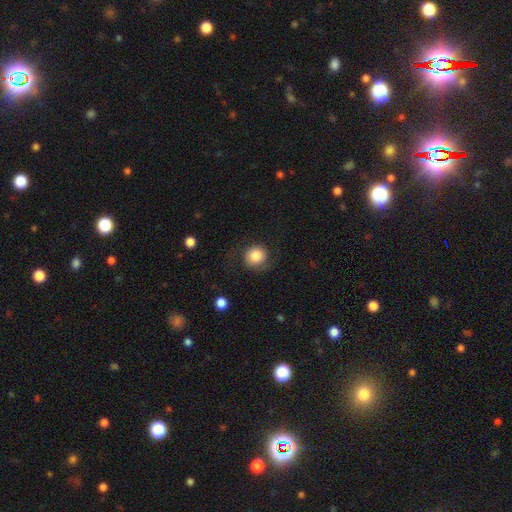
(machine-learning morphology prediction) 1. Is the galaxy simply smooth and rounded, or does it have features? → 80% smooth, 12% featured or disk, 8% star or artifact.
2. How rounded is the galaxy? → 84% round, 15% in between, 1% cigar-shaped.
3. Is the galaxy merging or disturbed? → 71% none, 17% minor disturbance, 10% major disturbance, 1% merger.